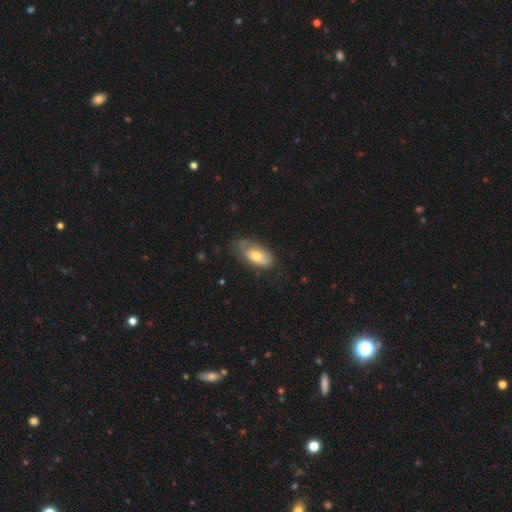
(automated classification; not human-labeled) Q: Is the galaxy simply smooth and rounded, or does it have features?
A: smooth — 51%.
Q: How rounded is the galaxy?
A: in between — 90%.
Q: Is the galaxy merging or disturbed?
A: none — 61%.